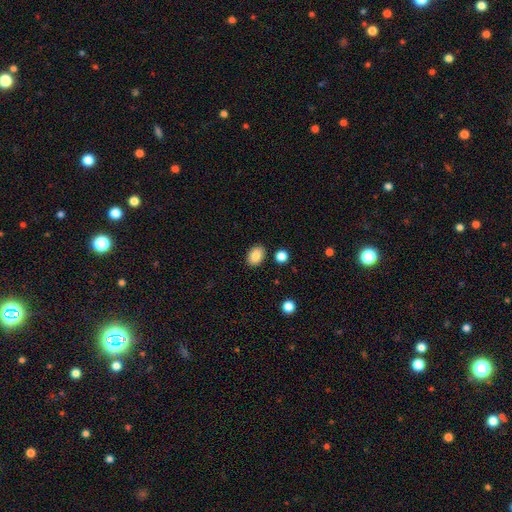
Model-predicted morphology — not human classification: smooth-or-featured: smooth: 85% | star or artifact: 8% | featured or disk: 7%
  how-rounded: in between: 76% | round: 23% | cigar-shaped: 1%
  merging: none: 87% | minor disturbance: 8% | merger: 3% | major disturbance: 2%